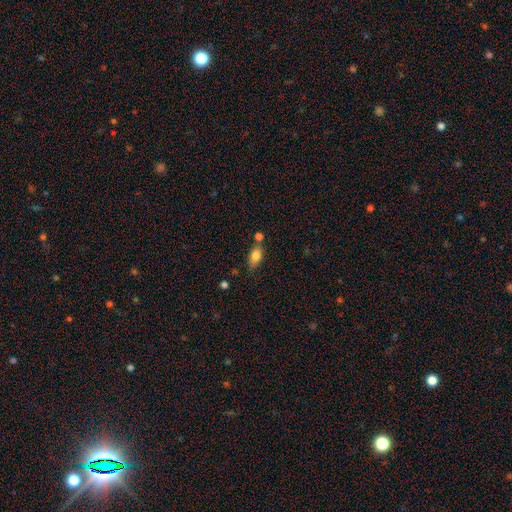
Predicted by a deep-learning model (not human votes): smooth 81%, featured or disk 10%, star or artifact 8%. Down the decision tree: how rounded — in between (84%); merging — none (58%).